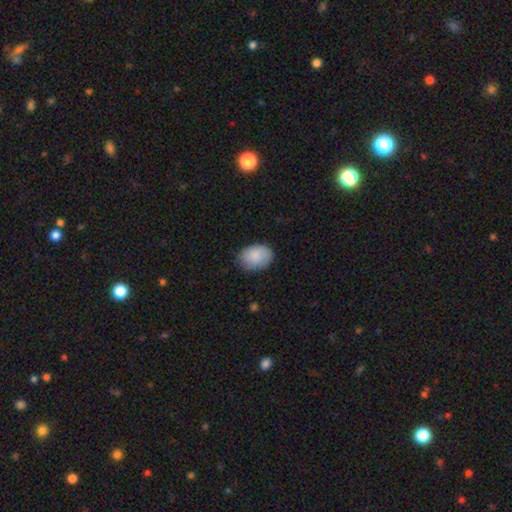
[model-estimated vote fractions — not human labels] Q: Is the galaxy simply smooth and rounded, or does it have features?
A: smooth — 87%.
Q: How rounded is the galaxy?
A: in between — 76%.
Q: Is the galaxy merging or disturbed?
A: none — 80%.